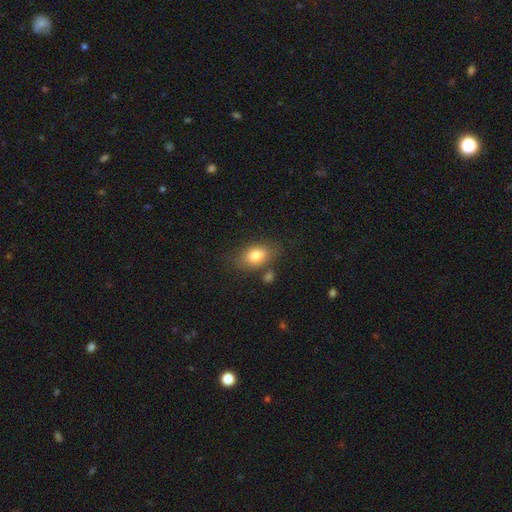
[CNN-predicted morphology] Smooth or featured: smooth — 80% (featured or disk — 11%)
How rounded: in between — 84% (round — 14%)
Merging: none — 69% (minor disturbance — 17%)